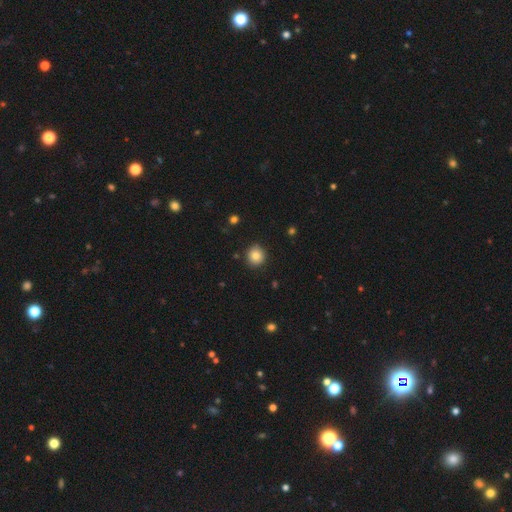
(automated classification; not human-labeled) Smooth or featured? Predicted: smooth (p=0.85). How rounded? Predicted: round (p=0.92). Merging? Predicted: none (p=0.89).